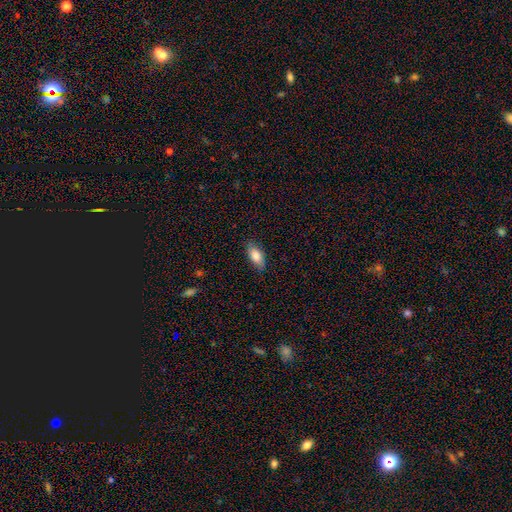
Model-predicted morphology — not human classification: This appears to be a smooth galaxy with no disk features (84%) that is in between round and cigar-shaped (89%). Merging: none (83%).